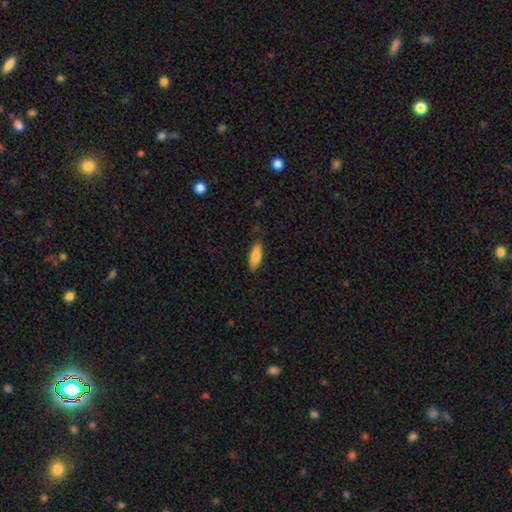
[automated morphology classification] Smooth or featured? Predicted: smooth (p=0.82). How rounded? Predicted: in between (p=0.73). Merging? Predicted: none (p=0.84).